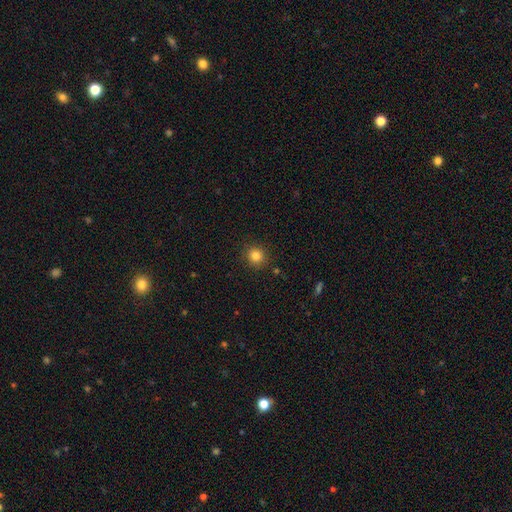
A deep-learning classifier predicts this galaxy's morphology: A smooth galaxy with no disk features (84%) that is round (91%). Merging: none (90%).